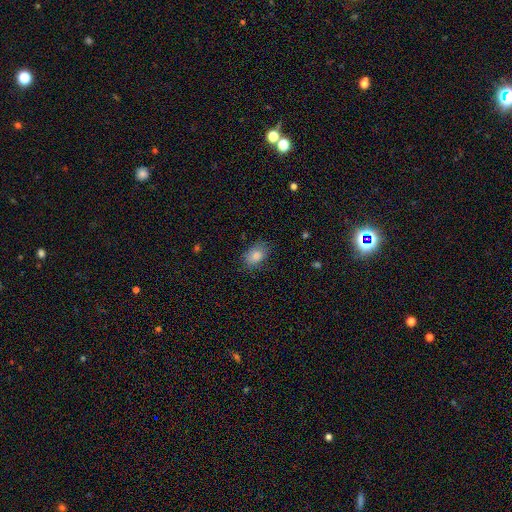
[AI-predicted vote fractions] Morphology: type=smooth (84%); roundness=in between (82%); merging=none (76%).